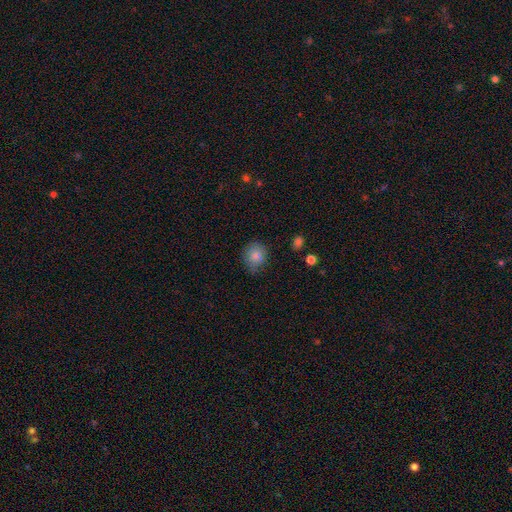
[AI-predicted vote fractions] A smooth galaxy with no disk features (84%) that is round (71%).

Vote fractions:
- Smooth or featured? smooth: 84% / star or artifact: 9% / featured or disk: 7%
- How rounded? round: 71% / in between: 28% / cigar-shaped: 1%
- Merging? none: 72% / minor disturbance: 21% / major disturbance: 5% / merger: 2%